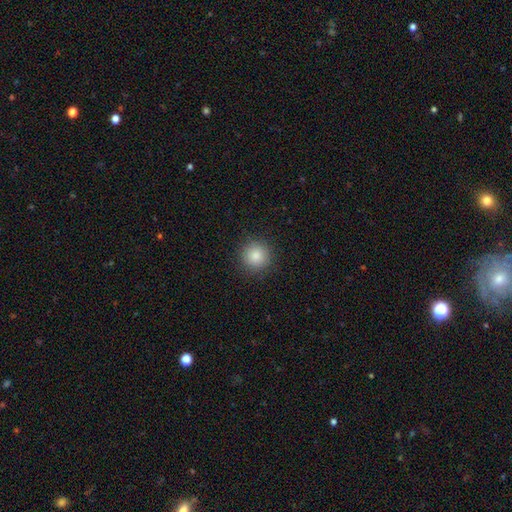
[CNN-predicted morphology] A smooth galaxy with no disk features (85%) that is round (95%). Merging: none (91%).